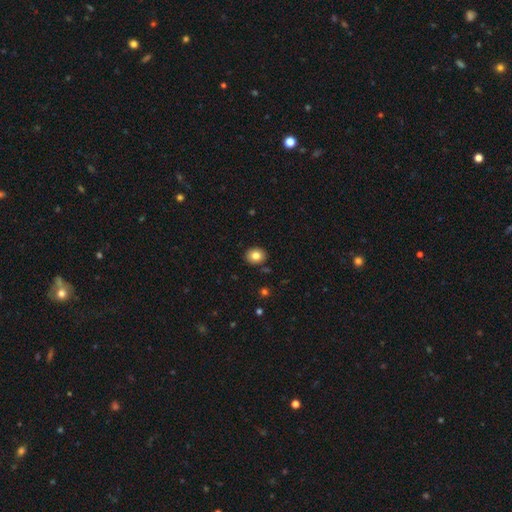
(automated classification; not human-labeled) Overall: smooth (82%). How rounded: round (68%; in between 31%). Merging: none (89%).